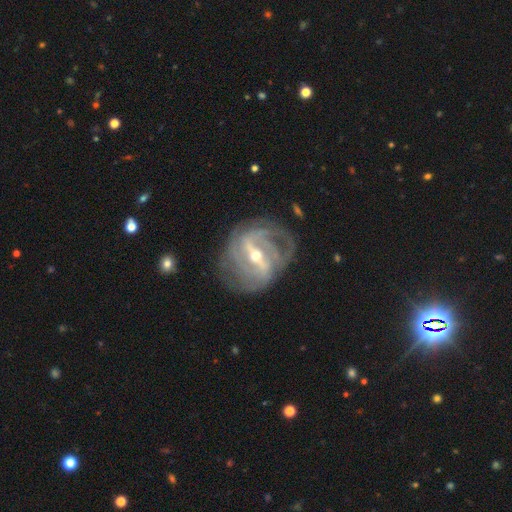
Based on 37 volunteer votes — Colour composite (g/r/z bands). It shows a featured or disk galaxy (92%) with a strong bar (74%), medium (47%) spiral arms (94%) and a small central bulge (65%). Merging: none (54%).